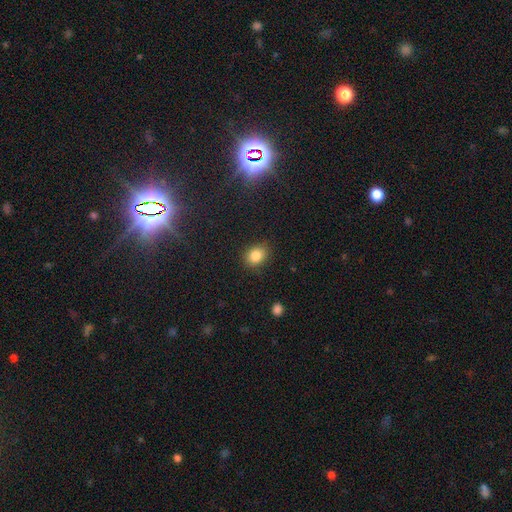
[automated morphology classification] A smooth galaxy with no disk features (84%) that is in between round and cigar-shaped (50%).

Vote fractions:
- Smooth or featured? smooth: 84% / star or artifact: 10% / featured or disk: 6%
- How rounded? in between: 50% / round: 49% / cigar-shaped: 1%
- Merging? none: 83% / minor disturbance: 13% / major disturbance: 3% / merger: 1%